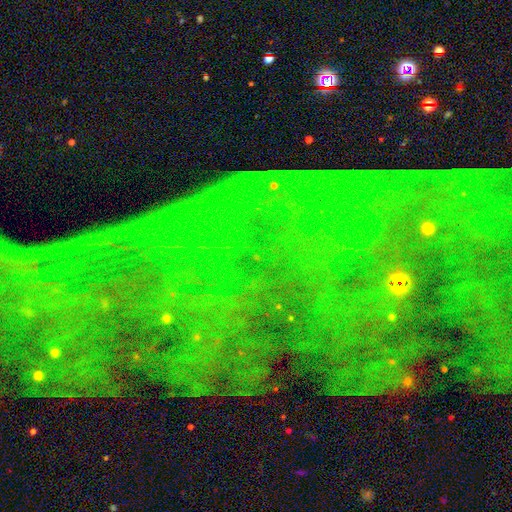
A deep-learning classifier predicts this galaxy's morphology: smooth-or-featured: star or artifact: 84% | featured or disk: 9% | smooth: 7%